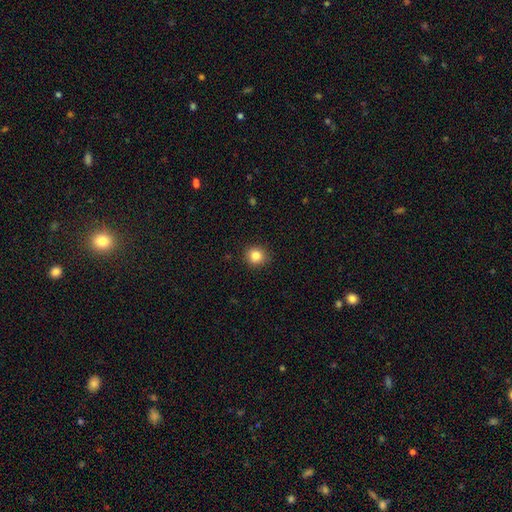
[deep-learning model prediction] A smooth galaxy with no disk features (84%) that is round (89%). Merging: none (90%).